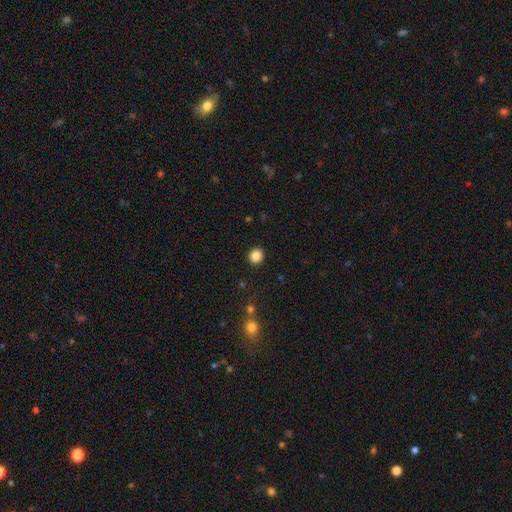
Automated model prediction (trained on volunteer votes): A smooth galaxy with no disk features (85%) that is round (90%).

Vote fractions:
- Smooth or featured? smooth: 85% / star or artifact: 11% / featured or disk: 4%
- How rounded? round: 90% / in between: 9% / cigar-shaped: 1%
- Merging? none: 92% / minor disturbance: 5% / major disturbance: 2% / merger: 1%